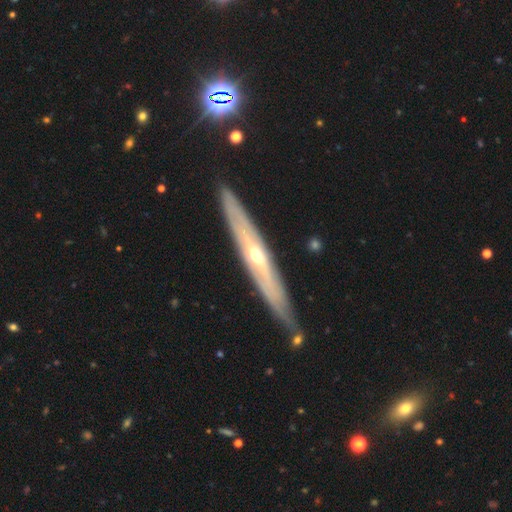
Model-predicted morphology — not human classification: featured or disk 74%, smooth 20%, star or artifact 6%. Down the decision tree: edge-on disk — yes (82%); edge-on bulge — rounded (74%); merging — none (85%).